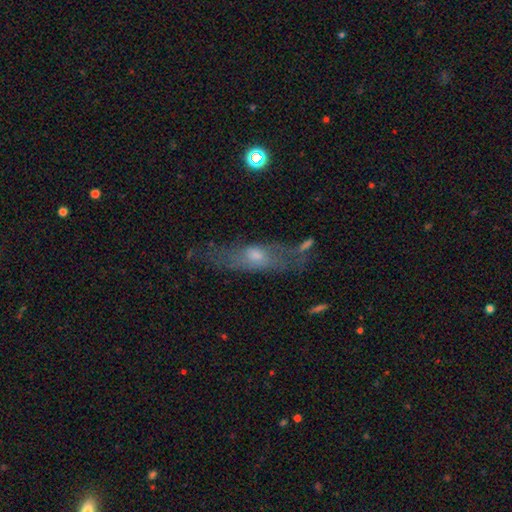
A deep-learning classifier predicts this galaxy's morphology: smooth_or_featured: featured or disk (p=0.52) [alt: smooth p=0.38]
disk_edge_on: no (p=0.55) [alt: yes p=0.45]
merging: none (p=0.61) [alt: minor disturbance p=0.22]